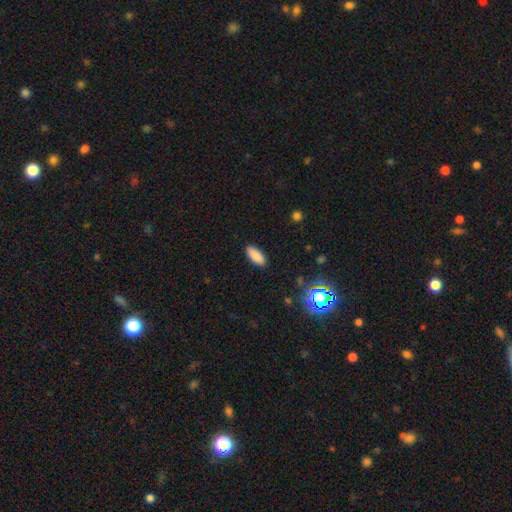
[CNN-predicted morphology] smooth 87%, star or artifact 9%, featured or disk 4%. Down the decision tree: how rounded — in between (83%); merging — none (89%).